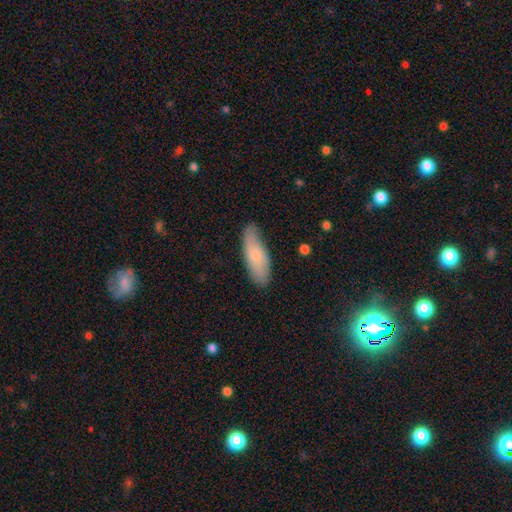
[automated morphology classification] This is likely a smooth galaxy (72%). How rounded: likely in between (61%). Merging: likely none (76%).